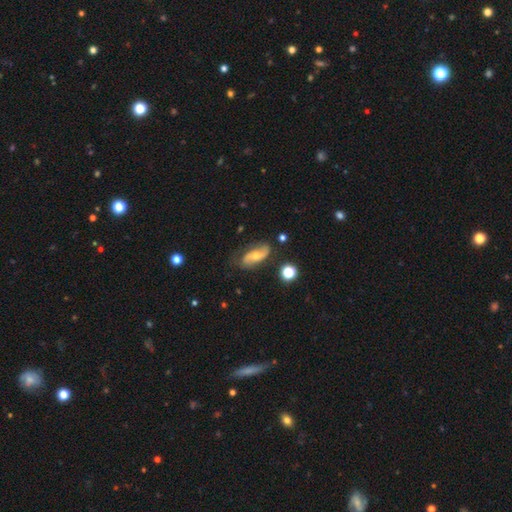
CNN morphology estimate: type=featured or disk (67%); edge-on=no (91%); bar=no (62%); spiral arms=yes (90%); winding=loose (53%); arm count=2 (85%); bulge=moderate (52%); merging=none (69%).